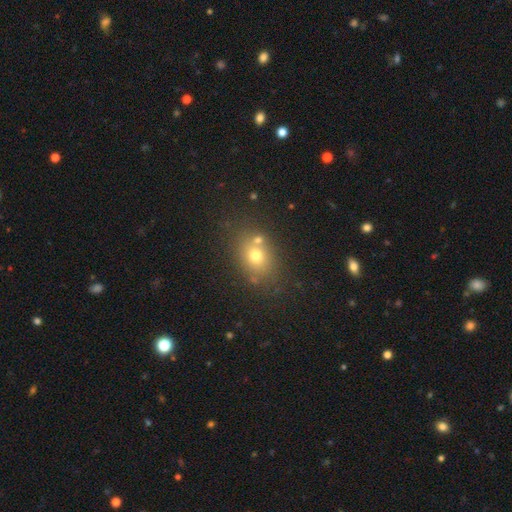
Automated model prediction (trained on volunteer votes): Q: Smooth or featured?
A: smooth (69%); runner-up: star or artifact (17%)
Q: How rounded?
A: in between (52%); runner-up: round (47%)
Q: Merging?
A: none (69%); runner-up: merger (16%)